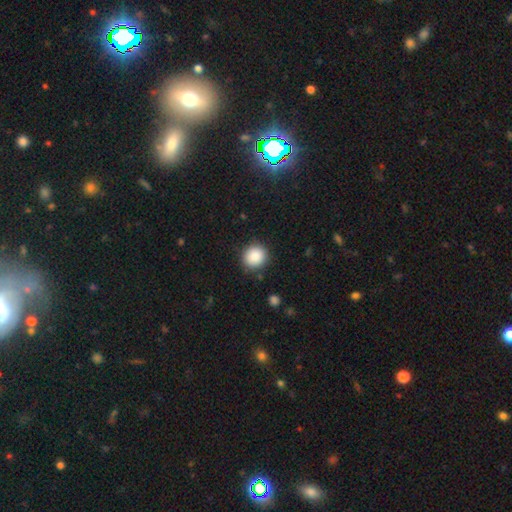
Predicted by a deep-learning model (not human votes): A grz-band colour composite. It shows a smooth galaxy with no disk features (88%) that is round (88%). Merging: none (88%).